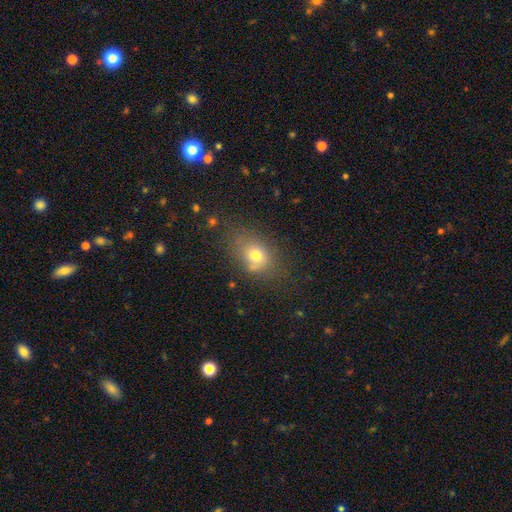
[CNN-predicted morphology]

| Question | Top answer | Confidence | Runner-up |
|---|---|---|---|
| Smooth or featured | smooth | 72% | featured or disk (14%) |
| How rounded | in between | 63% | round (35%) |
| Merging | none | 56% | minor disturbance (25%) |